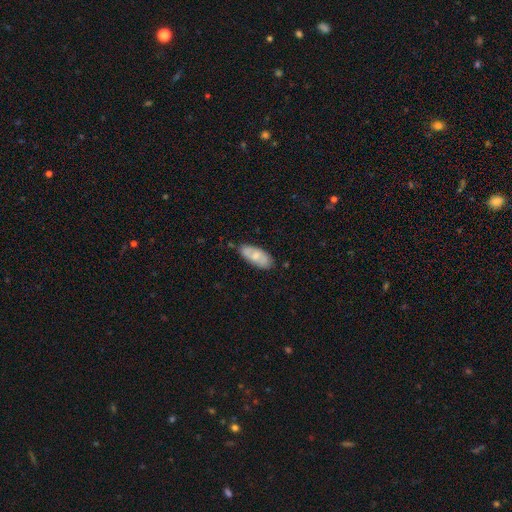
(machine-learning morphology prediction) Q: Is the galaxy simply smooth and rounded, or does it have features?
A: smooth — 66%.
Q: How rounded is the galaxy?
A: in between — 86%.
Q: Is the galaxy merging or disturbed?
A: none — 77%.